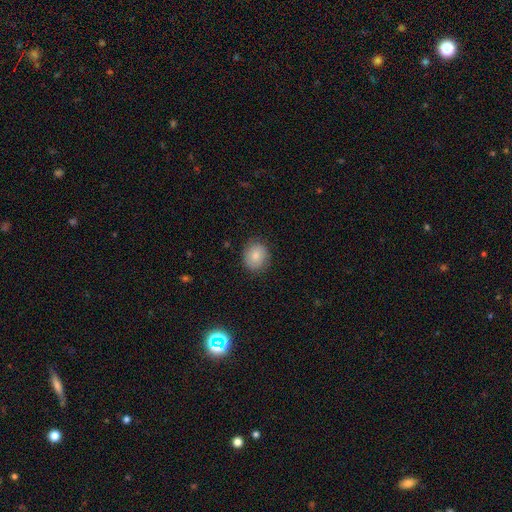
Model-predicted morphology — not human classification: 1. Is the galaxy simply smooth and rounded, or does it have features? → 82% smooth, 10% featured or disk, 8% star or artifact.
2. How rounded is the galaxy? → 72% round, 28% in between, 1% cigar-shaped.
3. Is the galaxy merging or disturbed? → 85% none, 11% minor disturbance, 3% major disturbance, 1% merger.